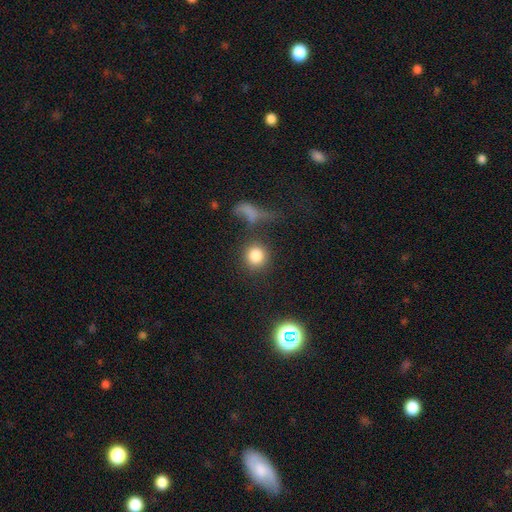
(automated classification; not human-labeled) Smooth or featured: smooth — 83% (star or artifact — 11%)
How rounded: round — 87% (in between — 11%)
Merging: none — 71% (merger — 11%)